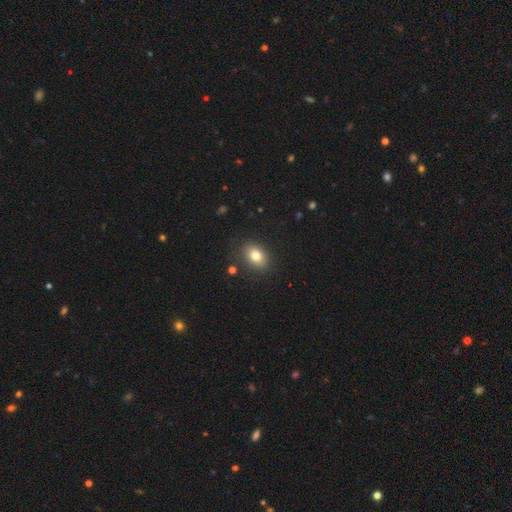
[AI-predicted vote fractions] smooth_or_featured: smooth (p=0.79) [alt: featured or disk p=0.11]
how_rounded: in between (p=0.74) [alt: round p=0.24]
merging: none (p=0.84) [alt: minor disturbance p=0.11]